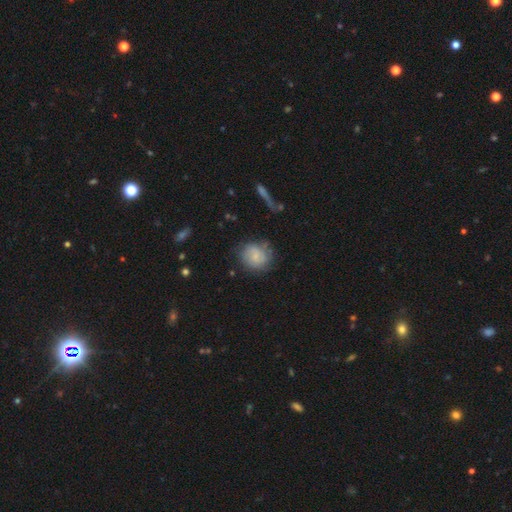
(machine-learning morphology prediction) Smooth or featured?
  - smooth: 58% *
  - featured or disk: 33%
  - star or artifact: 9%
How rounded?
  - round: 81% *
  - in between: 18%
  - cigar-shaped: 1%
Merging?
  - none: 68% *
  - minor disturbance: 20%
  - major disturbance: 9%
  - merger: 3%